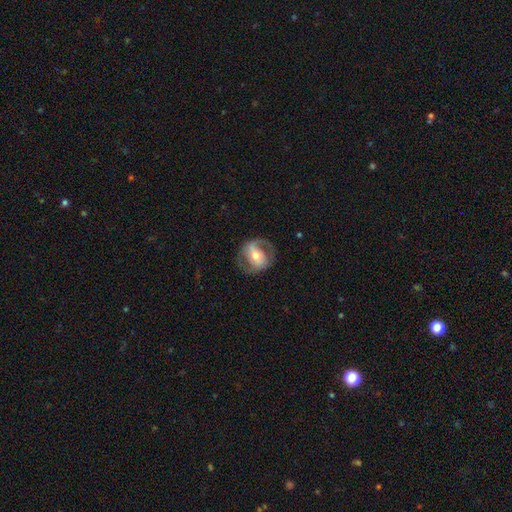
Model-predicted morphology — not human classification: Smooth or featured?
  - featured or disk: 68% *
  - smooth: 26%
  - star or artifact: 6%
Edge-on disk?
  - no: 96% *
  - yes: 4%
Bar?
  - strong: 35% * (tied)
  - weak: 35% * (tied)
  - no: 30%
Spiral arms?
  - yes: 76% *
  - no: 24%
Bulge size?
  - moderate: 63% *
  - small: 27%
  - large: 7%
  - none: 1%
  - dominant: 1%
Merging?
  - none: 69% *
  - minor disturbance: 17%
  - major disturbance: 13%
  - merger: 1%